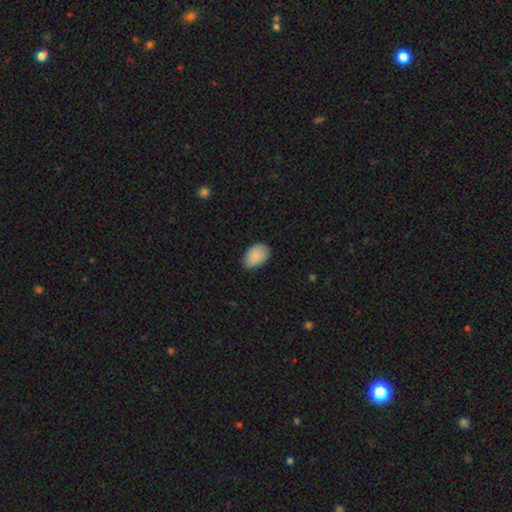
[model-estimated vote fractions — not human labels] This is clearly a smooth galaxy (87%). How rounded: clearly in between (88%). Merging: likely none (77%).